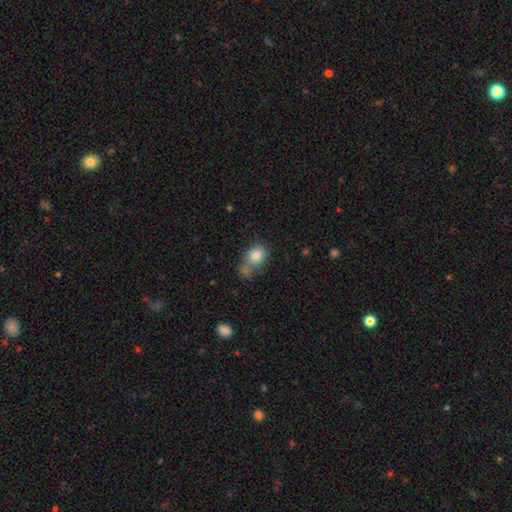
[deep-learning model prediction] smooth-or-featured: smooth: 82% | star or artifact: 9% | featured or disk: 8%
  how-rounded: round: 49% (tied) | in between: 49% (tied) | cigar-shaped: 1%
  merging: none: 46% | merger: 27% | minor disturbance: 19% | major disturbance: 8%